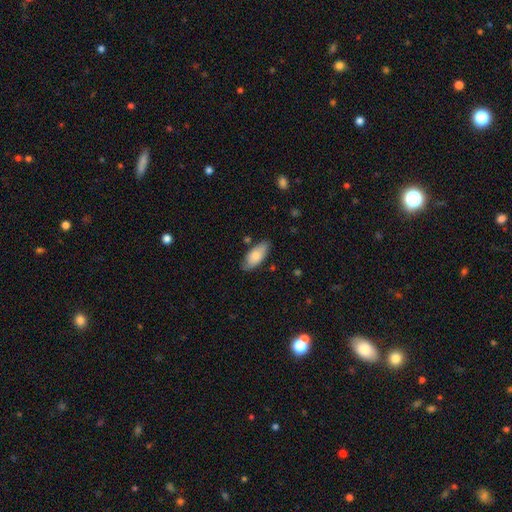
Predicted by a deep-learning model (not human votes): smooth_or_featured: smooth (p=0.75) [alt: featured or disk p=0.19]
how_rounded: in between (p=0.88) [alt: cigar-shaped p=0.10]
merging: none (p=0.75) [alt: minor disturbance p=0.20]